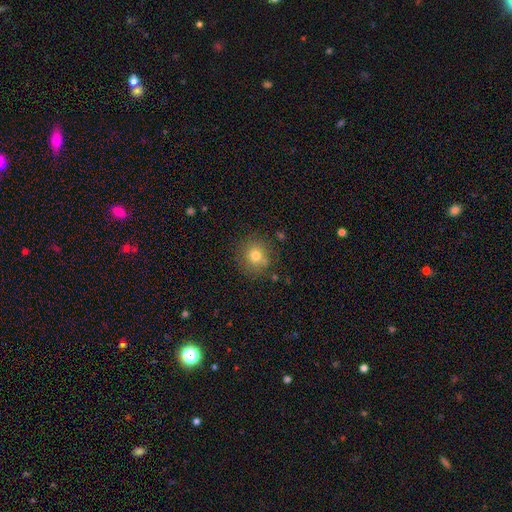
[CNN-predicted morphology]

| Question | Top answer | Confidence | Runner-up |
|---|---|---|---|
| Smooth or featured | smooth | 77% | star or artifact (14%) |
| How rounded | round | 89% | in between (10%) |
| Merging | none | 82% | minor disturbance (11%) |